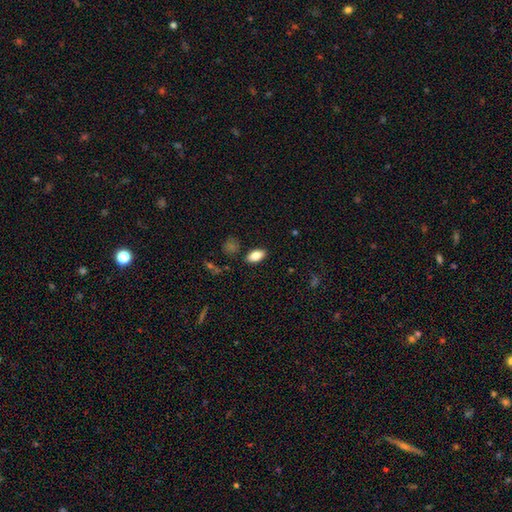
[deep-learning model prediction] smooth_or_featured: smooth (p=0.83) [alt: featured or disk p=0.10]
how_rounded: in between (p=0.90) [alt: cigar-shaped p=0.05]
merging: none (p=0.86) [alt: minor disturbance p=0.10]